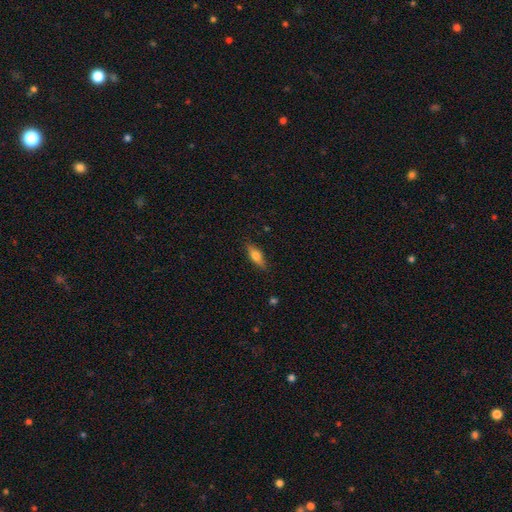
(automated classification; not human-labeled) Smooth or featured? Predicted: smooth (p=0.56). How rounded? Predicted: in between (p=0.52). Merging? Predicted: none (p=0.85).